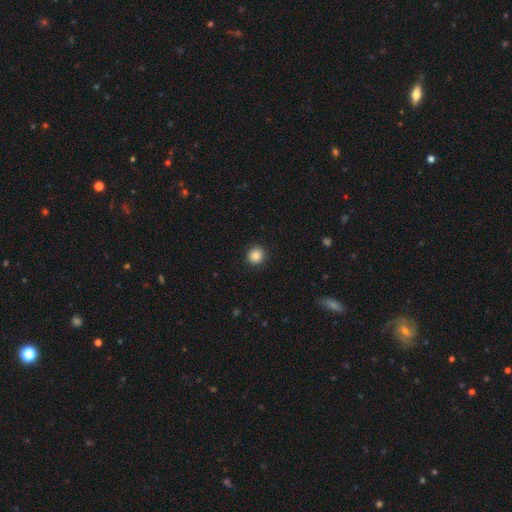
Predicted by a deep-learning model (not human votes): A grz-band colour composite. It shows a smooth galaxy with no disk features (87%) that is round (91%). Merging: none (91%).